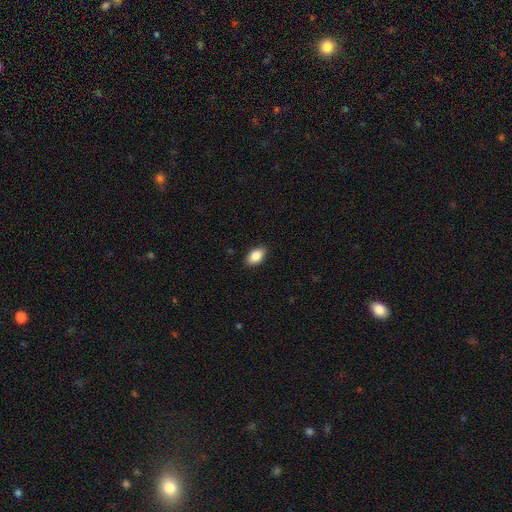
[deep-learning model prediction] This is clearly a smooth galaxy (86%). How rounded: clearly in between (92%). Merging: clearly none (87%).